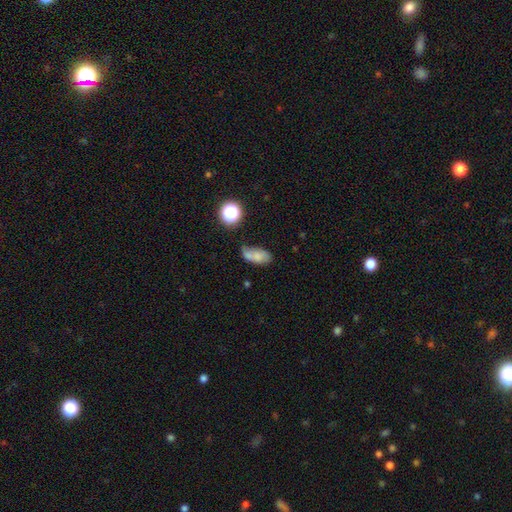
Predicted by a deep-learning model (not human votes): Q: Smooth or featured?
A: smooth (64%); runner-up: featured or disk (23%)
Q: How rounded?
A: in between (84%); runner-up: round (11%)
Q: Merging?
A: none (33%); runner-up: merger (30%)